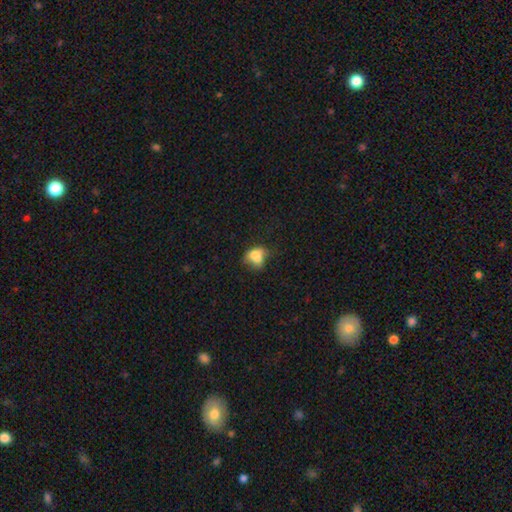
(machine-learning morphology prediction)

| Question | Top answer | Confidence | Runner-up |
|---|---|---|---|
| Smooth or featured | smooth | 68% | featured or disk (20%) |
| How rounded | in between | 61% | round (38%) |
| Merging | merger | 34% | none (31%) |